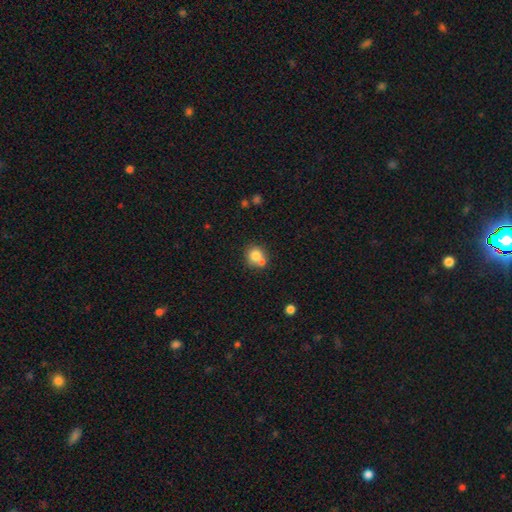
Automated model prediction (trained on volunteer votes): smooth 77%, featured or disk 12%, star or artifact 11%. Down the decision tree: how rounded — round (86%); merging — none (54%).